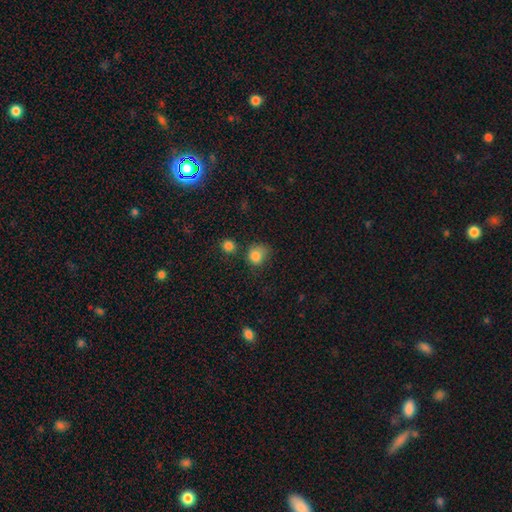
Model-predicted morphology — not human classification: A smooth galaxy with no disk features (83%) that is round (72%).

Vote fractions:
- Smooth or featured? smooth: 83% / star or artifact: 11% / featured or disk: 6%
- How rounded? round: 72% / in between: 28% / cigar-shaped: 1%
- Merging? none: 46% / minor disturbance: 29% / major disturbance: 14% / merger: 10%